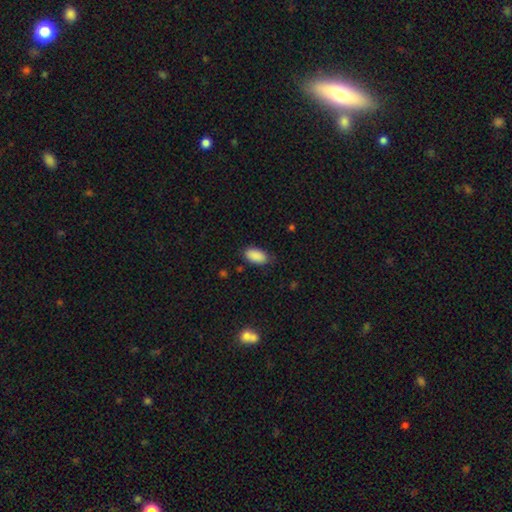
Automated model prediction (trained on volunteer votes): This is clearly a smooth galaxy (90%). How rounded: clearly in between (94%). Merging: likely none (79%).